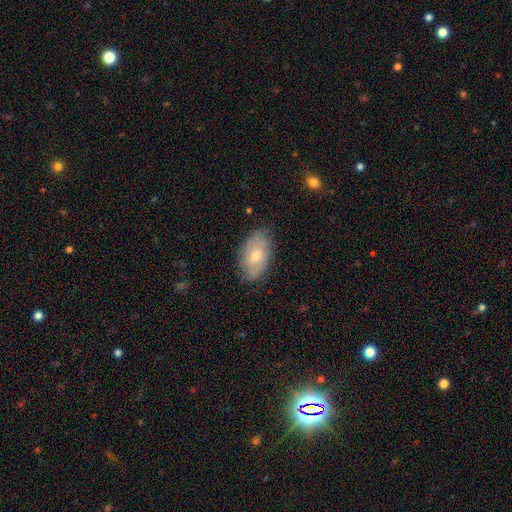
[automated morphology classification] Smooth or featured? featured or disk (58%)
Edge-on disk? no (93%)
Bar? no (59%)
Spiral arms? yes (81%)
Bulge size? moderate (62%)
Merging? none (77%)